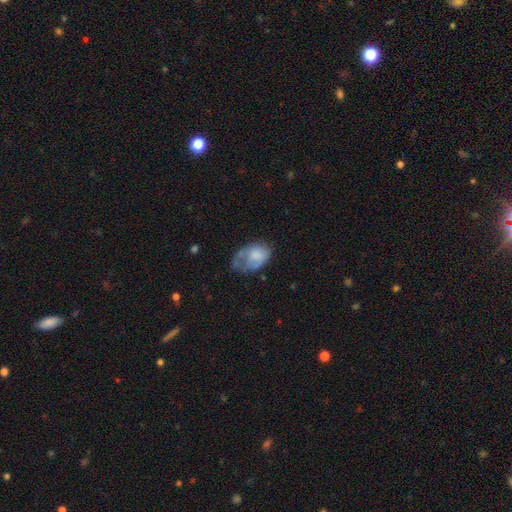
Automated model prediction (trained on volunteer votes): Morphology: type=smooth (62%); roundness=in between (85%); merging=minor disturbance (35%).